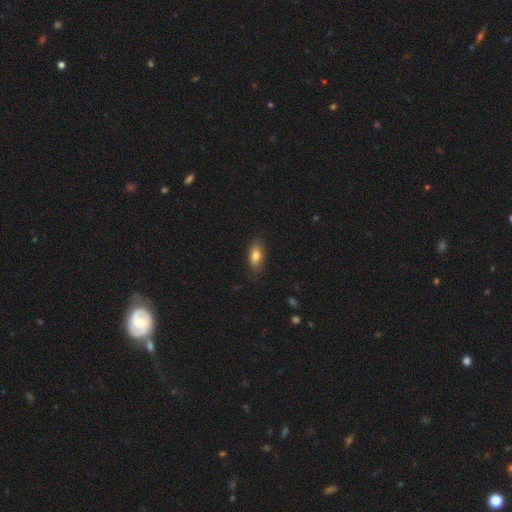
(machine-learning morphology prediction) Overall: smooth (78%). How rounded: in between (83%). Merging: none (80%).